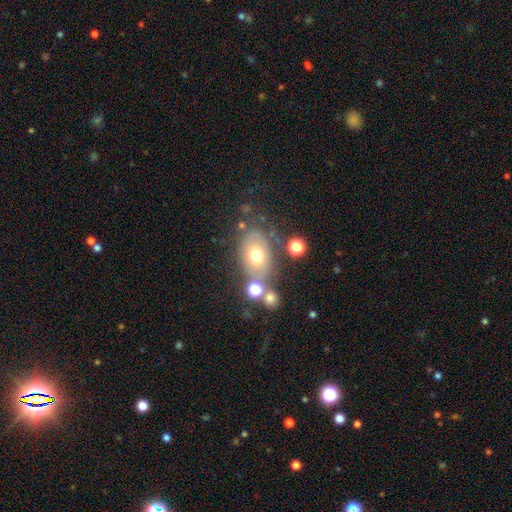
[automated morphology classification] smooth-or-featured: smooth: 54% | featured or disk: 34% | star or artifact: 12%
  how-rounded: in between: 78% | round: 20% | cigar-shaped: 2%
  merging: none: 61% | minor disturbance: 18% | merger: 11% | major disturbance: 10%